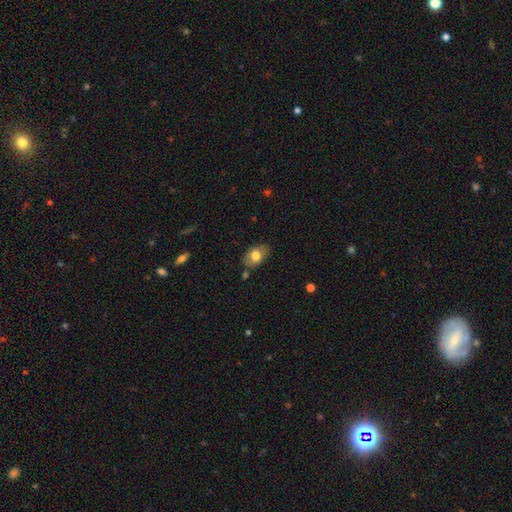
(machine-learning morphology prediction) Smooth or featured?
  - smooth: 73% *
  - featured or disk: 20%
  - star or artifact: 7%
How rounded?
  - in between: 88% *
  - round: 10%
  - cigar-shaped: 1%
Merging?
  - none: 77% *
  - minor disturbance: 16%
  - major disturbance: 4%
  - merger: 3%